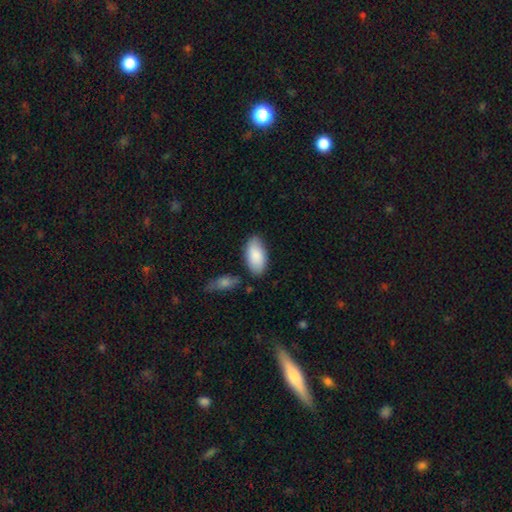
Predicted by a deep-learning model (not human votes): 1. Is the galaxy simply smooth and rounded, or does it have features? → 85% smooth, 9% featured or disk, 5% star or artifact.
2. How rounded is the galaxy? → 94% in between, 4% cigar-shaped, 2% round.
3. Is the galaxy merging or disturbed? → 76% none, 14% minor disturbance, 6% merger, 3% major disturbance.